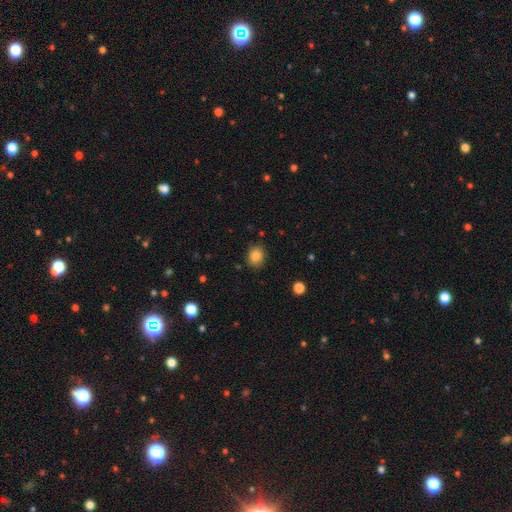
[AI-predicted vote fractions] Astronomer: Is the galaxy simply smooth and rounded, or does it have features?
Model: smooth — 85%.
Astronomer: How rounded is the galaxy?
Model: round — 57% (runner-up: in between, 42%).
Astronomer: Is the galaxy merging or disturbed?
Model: none — 85%.